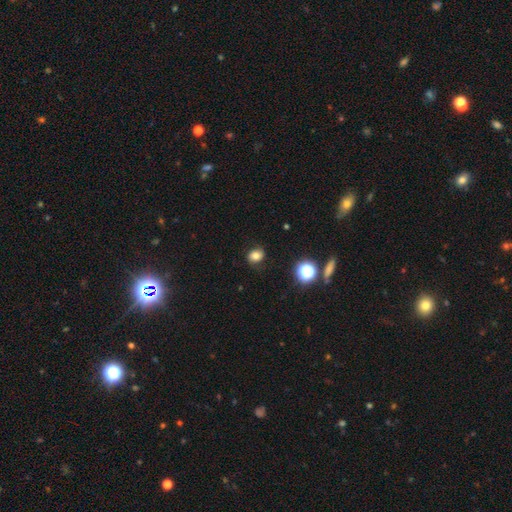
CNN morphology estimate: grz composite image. It shows a smooth galaxy with no disk features (72%) that is round (50%). Merging: none (78%).